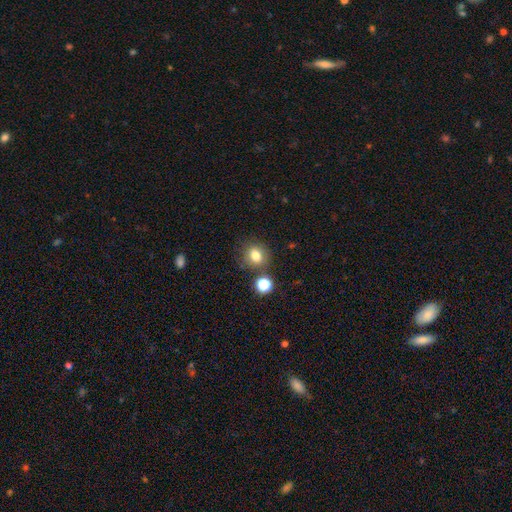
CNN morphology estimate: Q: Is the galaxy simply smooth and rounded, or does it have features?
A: smooth — 78%.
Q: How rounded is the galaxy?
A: round — 70%.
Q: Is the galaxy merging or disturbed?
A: none — 75%.